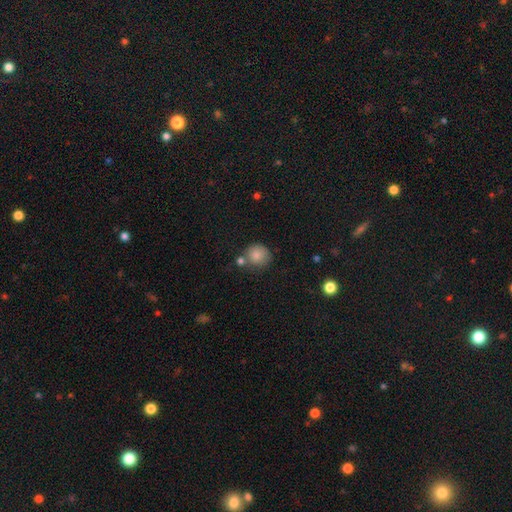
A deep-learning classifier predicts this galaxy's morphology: A smooth galaxy with no disk features (84%) that is round (87%). Merging: none (63%).